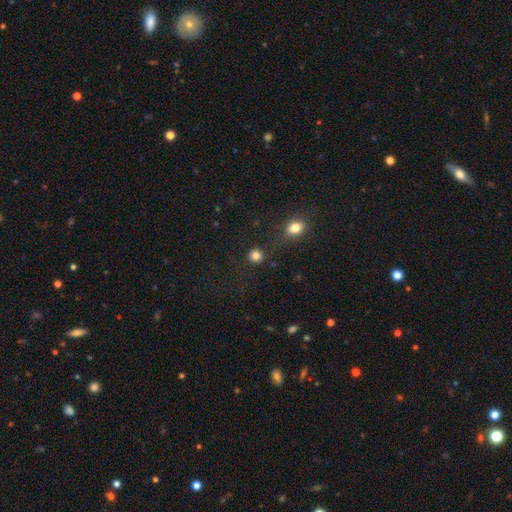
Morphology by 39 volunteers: Q: Smooth or featured?
A: smooth (92%); runner-up: star or artifact (5%)
Q: How rounded?
A: round (86%); runner-up: in between (14%)
Q: Merging?
A: none (76%); runner-up: minor disturbance (14%)